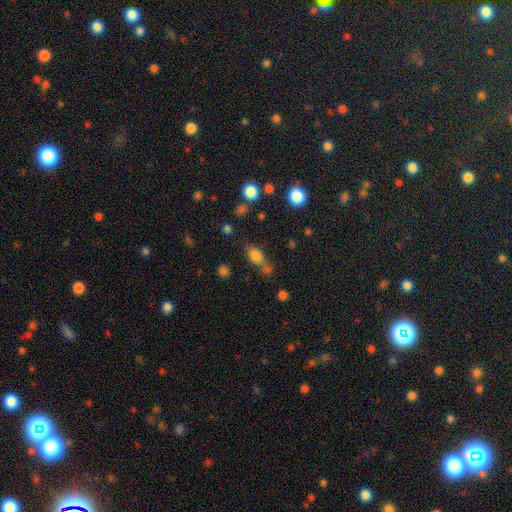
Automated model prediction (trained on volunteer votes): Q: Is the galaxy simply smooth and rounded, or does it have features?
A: smooth — 79%.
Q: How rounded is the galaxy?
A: in between — 77%.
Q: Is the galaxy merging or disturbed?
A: none — 54%.